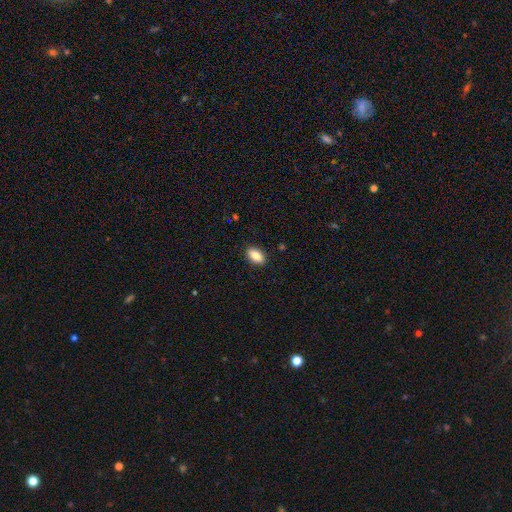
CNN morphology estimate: This appears to be a smooth galaxy with no disk features (83%) that is in between round and cigar-shaped (90%). Merging: none (89%).